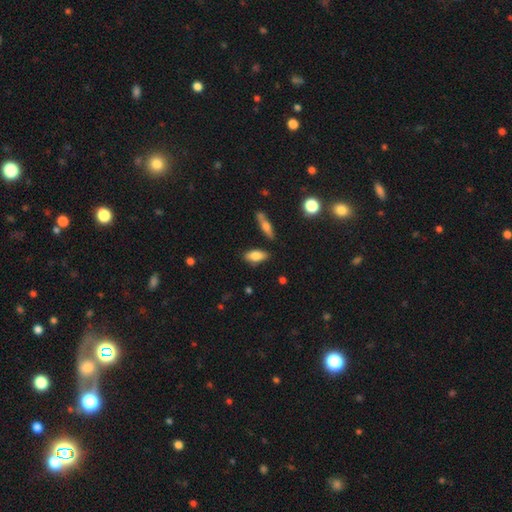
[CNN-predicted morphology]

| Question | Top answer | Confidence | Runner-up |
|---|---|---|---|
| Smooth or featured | smooth | 79% | featured or disk (13%) |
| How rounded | in between | 84% | cigar-shaped (13%) |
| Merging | none | 81% | minor disturbance (12%) |